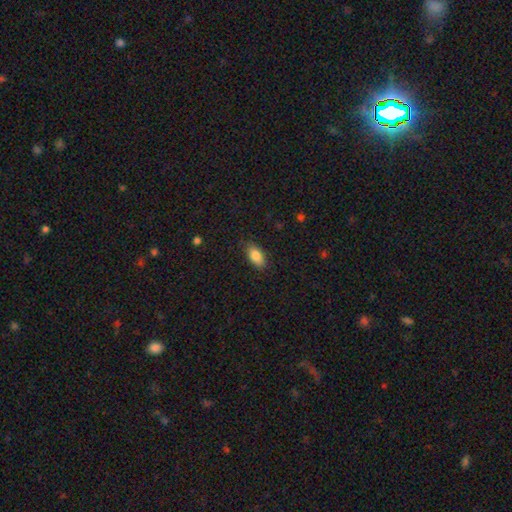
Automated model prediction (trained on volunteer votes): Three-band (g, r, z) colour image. It shows a smooth galaxy with no disk features (84%) that is in between round and cigar-shaped (88%). Merging: none (86%).